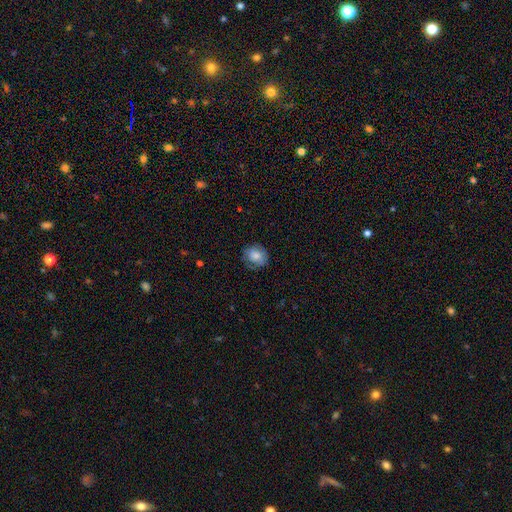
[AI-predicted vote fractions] Overall: smooth (74%). How rounded: round (71%). Merging: none (72%).